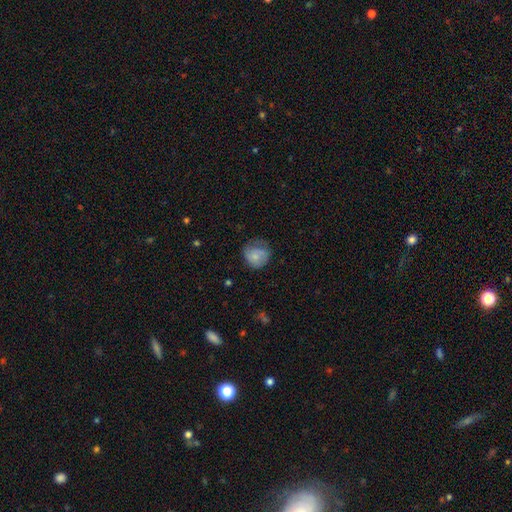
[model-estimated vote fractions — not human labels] A smooth galaxy with no disk features (71%) that is round (79%). Merging: none (50%).